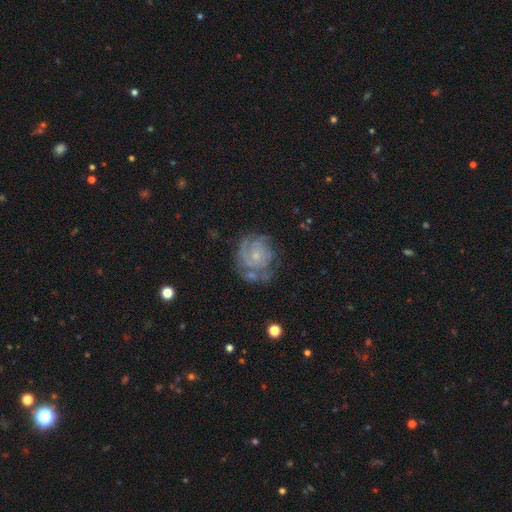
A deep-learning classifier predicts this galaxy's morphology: A featured or disk galaxy (79%) with no bar (76%), tight (65%) spiral arms (91%) and a small central bulge (71%). Merging: none (58%).